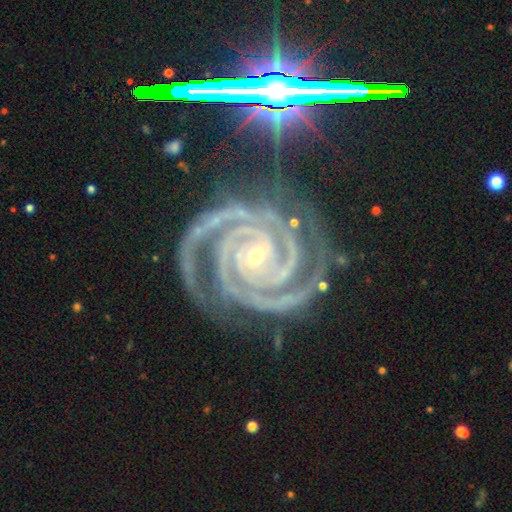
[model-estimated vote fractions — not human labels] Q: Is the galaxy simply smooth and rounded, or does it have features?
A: featured or disk — 93%.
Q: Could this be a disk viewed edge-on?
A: no — 98%.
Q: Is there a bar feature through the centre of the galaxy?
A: no — 57%.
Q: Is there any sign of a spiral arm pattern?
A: yes — 99%.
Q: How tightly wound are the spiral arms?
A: tight — 85%.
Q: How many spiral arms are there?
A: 2 — 56%.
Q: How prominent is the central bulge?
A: small — 78%.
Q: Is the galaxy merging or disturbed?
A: none — 74%.